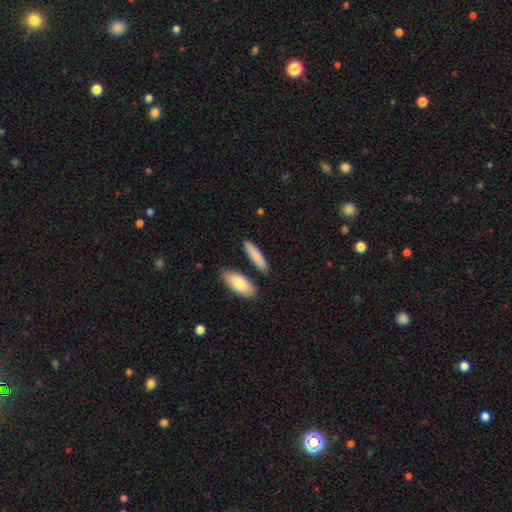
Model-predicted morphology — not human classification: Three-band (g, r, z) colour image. It shows a smooth galaxy with no disk features (85%) that is cigar-shaped (69%). Merging: none (82%).